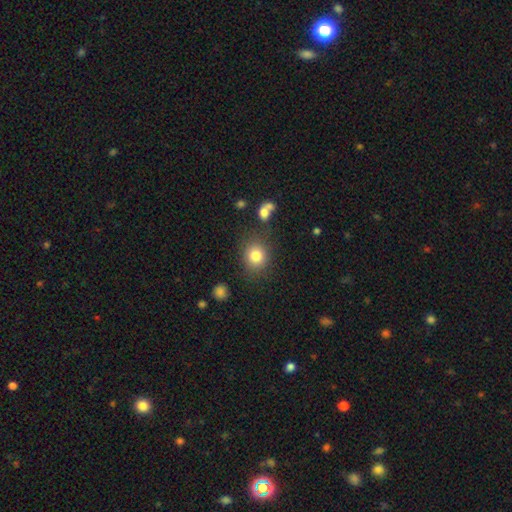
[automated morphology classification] Smooth or featured? Predicted: smooth (p=0.82). How rounded? Predicted: round (p=0.75). Merging? Predicted: none (p=0.79).